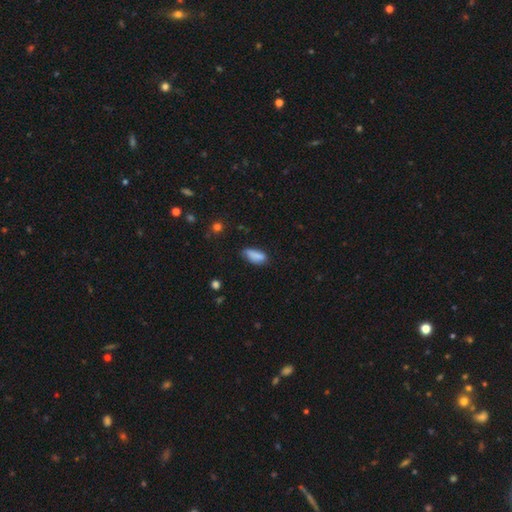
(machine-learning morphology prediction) Smooth or featured?
  - smooth: 84% *
  - star or artifact: 8%
  - featured or disk: 7%
How rounded?
  - in between: 80% *
  - cigar-shaped: 17%
  - round: 3%
Merging?
  - none: 63% *
  - minor disturbance: 28%
  - major disturbance: 6%
  - merger: 3%